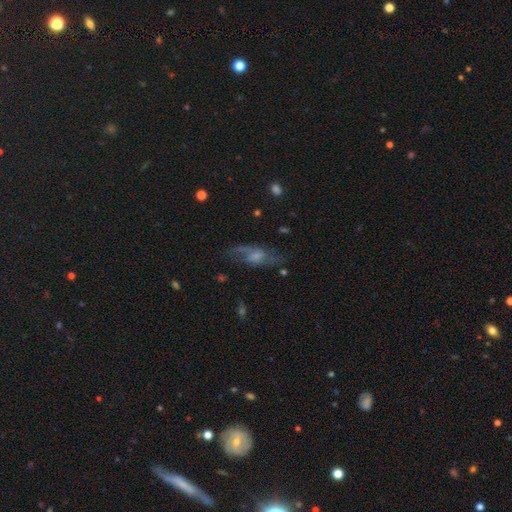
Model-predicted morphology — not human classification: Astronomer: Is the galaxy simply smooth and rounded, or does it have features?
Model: featured or disk — 60%.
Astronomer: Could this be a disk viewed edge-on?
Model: no — 81%.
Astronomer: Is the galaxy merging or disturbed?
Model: none — 58%.